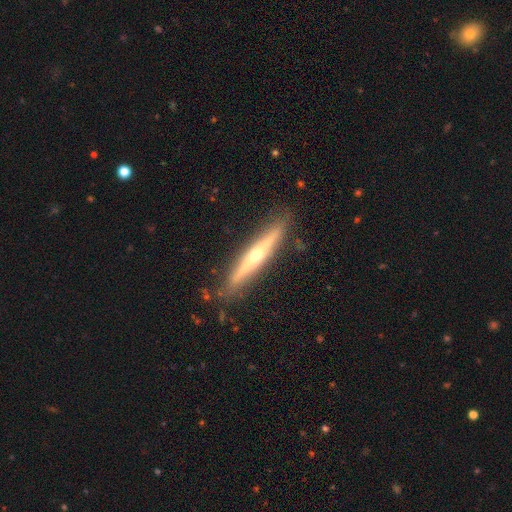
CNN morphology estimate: Q: Smooth or featured?
A: featured or disk (70%); runner-up: smooth (24%)
Q: Edge-on disk?
A: yes (94%); runner-up: no (6%)
Q: Edge-on bulge?
A: rounded (86%); runner-up: none (12%)
Q: Merging?
A: none (87%); runner-up: minor disturbance (10%)